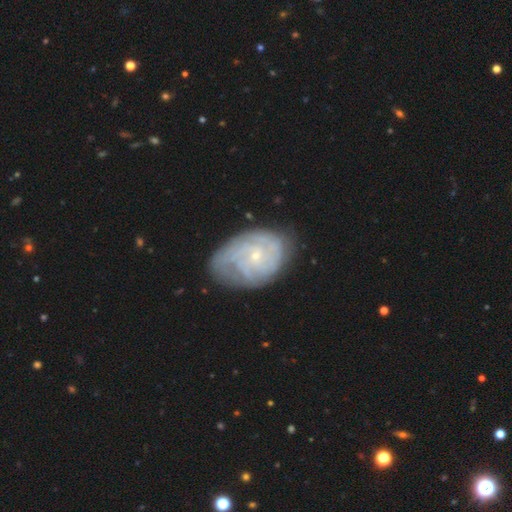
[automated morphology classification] Smooth or featured? Predicted: featured or disk (p=0.75). Edge-on disk? Predicted: no (p=0.97). Bar? Predicted: no (p=0.76). Spiral arms? Predicted: yes (p=0.89). Spiral winding? Predicted: tight (p=0.69). Spiral arm count? Predicted: can't tell (p=0.47). Bulge size? Predicted: small (p=0.81). Merging? Predicted: none (p=0.65).